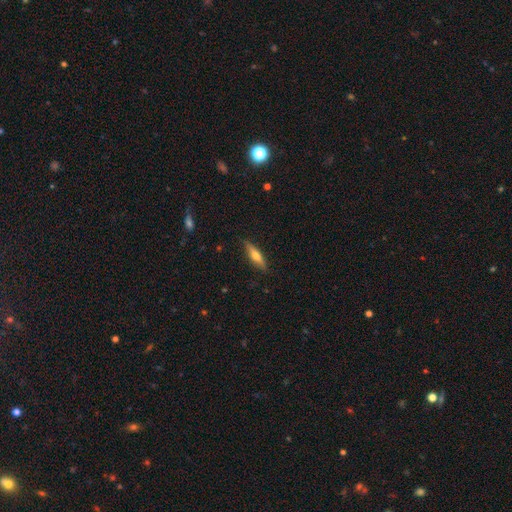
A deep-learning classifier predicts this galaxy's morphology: smooth 50%, featured or disk 44%, star or artifact 6%. Down the decision tree: merging — none (86%).